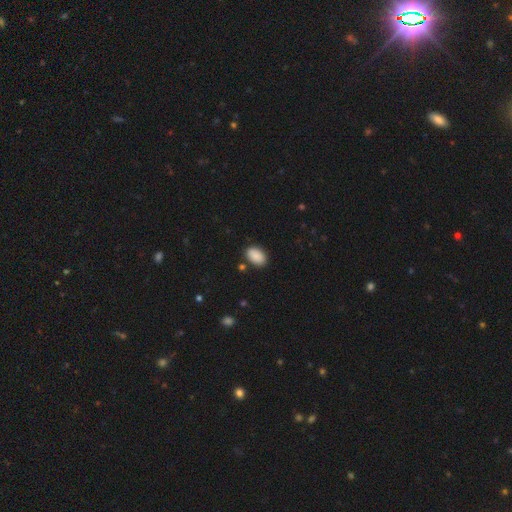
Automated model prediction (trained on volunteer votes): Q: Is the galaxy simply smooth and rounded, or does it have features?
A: smooth — 90%.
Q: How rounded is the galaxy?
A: in between — 90%.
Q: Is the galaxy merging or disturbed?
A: none — 85%.